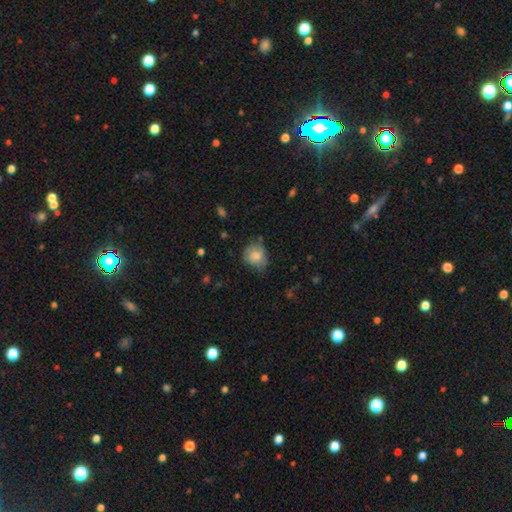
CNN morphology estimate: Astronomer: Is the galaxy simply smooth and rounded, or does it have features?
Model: smooth — 73%.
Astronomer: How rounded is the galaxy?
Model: round — 73%.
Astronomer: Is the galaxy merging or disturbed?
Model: none — 59%.